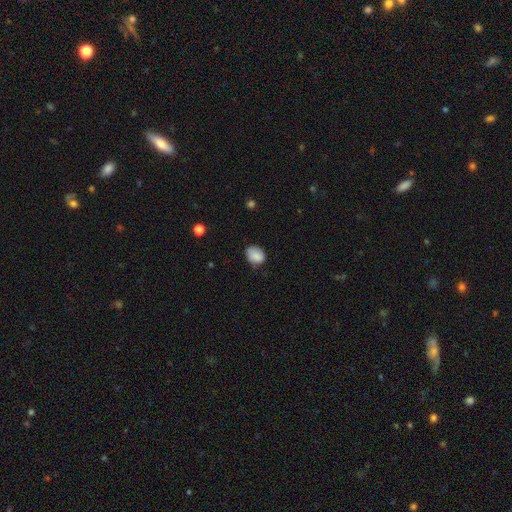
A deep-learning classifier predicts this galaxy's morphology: smooth 86%, star or artifact 8%, featured or disk 6%. Down the decision tree: how rounded — in between (56%); merging — none (65%).